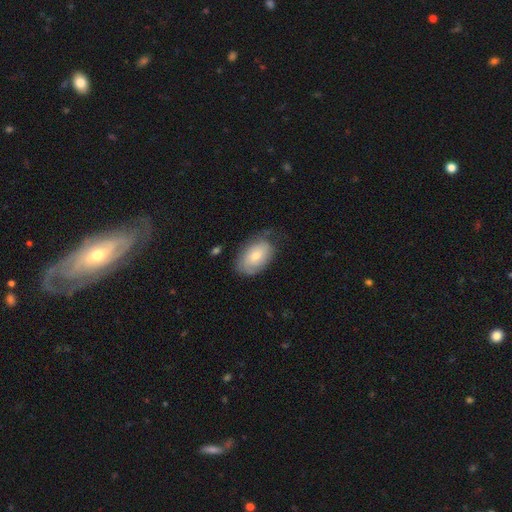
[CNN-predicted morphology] The model was most divided on "merging": none: 57%, minor disturbance: 29%, major disturbance: 12%, merger: 2%. More confident: how rounded — in between (90%); smooth or featured — smooth (62%).